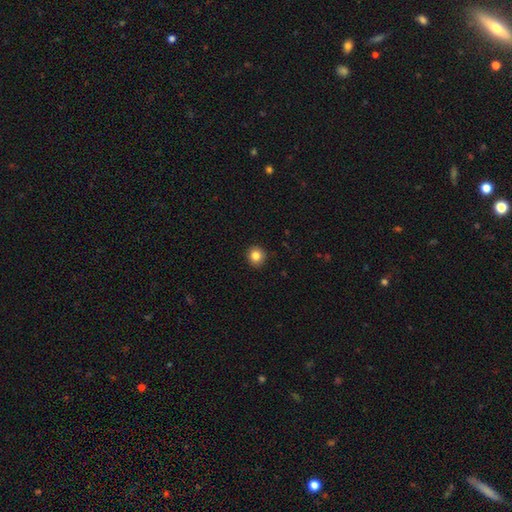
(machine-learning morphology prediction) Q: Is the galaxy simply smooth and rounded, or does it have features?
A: smooth — 84%.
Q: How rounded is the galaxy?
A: round — 90%.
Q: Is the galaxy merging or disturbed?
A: none — 92%.